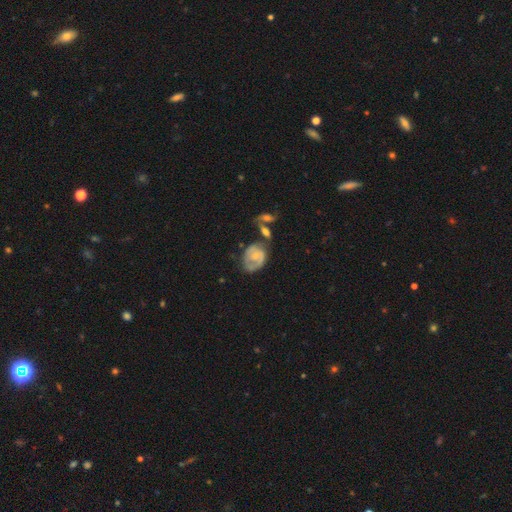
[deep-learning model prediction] Smooth or featured: featured or disk — 63% (smooth — 30%)
Edge-on disk: no — 97% (yes — 3%)
Bar: no — 72% (weak — 24%)
Spiral arms: yes — 76% (no — 24%)
Bulge size: small — 62% (moderate — 28%)
Merging: none — 40% (minor disturbance — 26%)